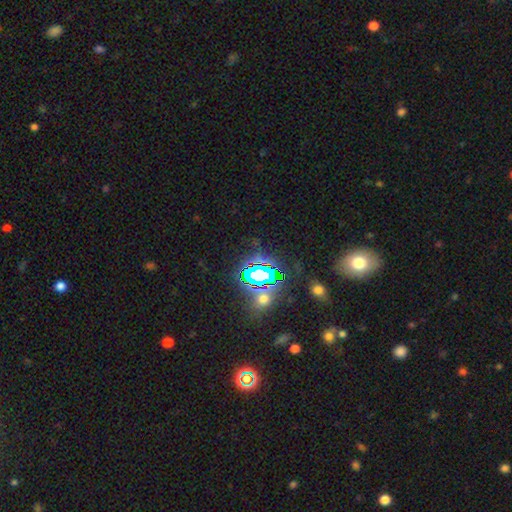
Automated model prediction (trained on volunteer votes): Smooth or featured?
  - star or artifact: 71% *
  - smooth: 19%
  - featured or disk: 10%